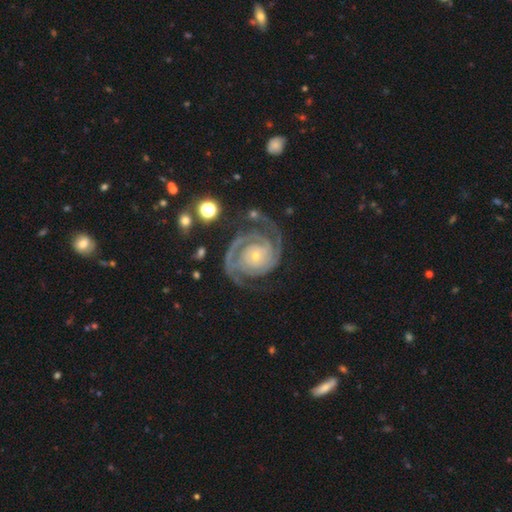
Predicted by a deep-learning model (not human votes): The model was most divided on "spiral winding": tight: 71%, medium: 25%, loose: 4%. More confident: spiral arms — yes (98%); edge-on disk — no (98%); smooth or featured — featured or disk (92%); bulge size — small (78%); bar — no (75%); spiral arm count — 2 (71%); merging — none (71%).